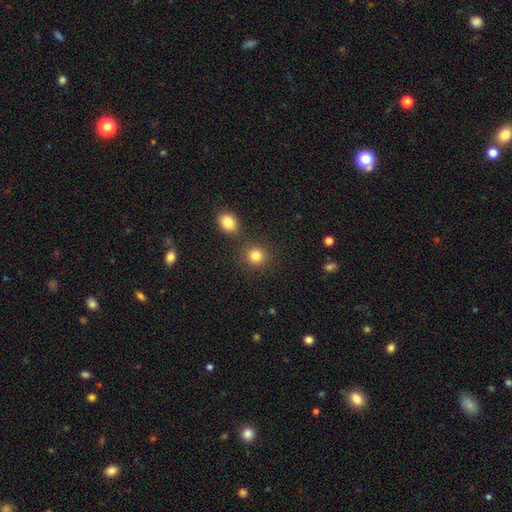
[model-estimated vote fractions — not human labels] Morphology: type=smooth (83%); roundness=round (88%); merging=none (79%).